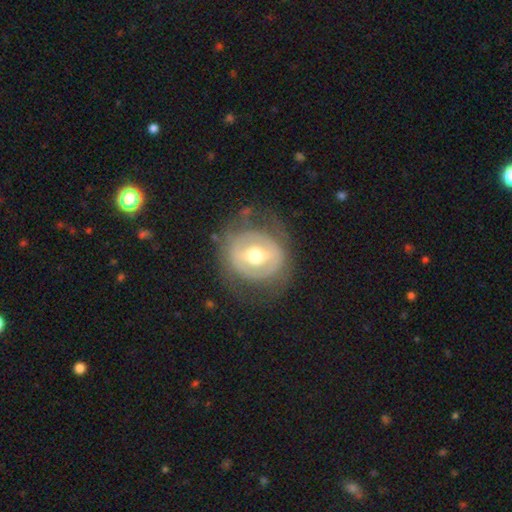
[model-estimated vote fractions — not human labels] smooth-or-featured: featured or disk: 62% | smooth: 32% | star or artifact: 6%
  disk-edge-on: no: 95% | yes: 5%
    bar: weak: 36% | no: 34% | strong: 30%
    has-spiral-arms: no: 75% | yes: 25%
    bulge-size: moderate: 73% | small: 12% | large: 12% | dominant: 1% | none: 1%
  merging: none: 71% | minor disturbance: 16% | major disturbance: 11% | merger: 2%